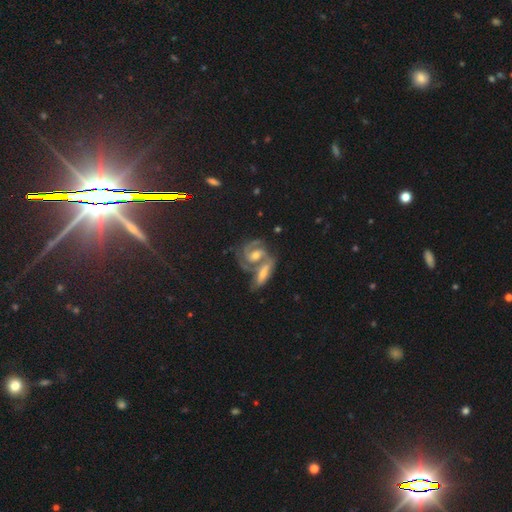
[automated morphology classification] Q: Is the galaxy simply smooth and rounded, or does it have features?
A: featured or disk — 76%.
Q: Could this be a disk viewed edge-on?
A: no — 92%.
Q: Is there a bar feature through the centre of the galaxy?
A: no — 41%, tied with weak.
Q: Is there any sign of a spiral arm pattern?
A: yes — 94%.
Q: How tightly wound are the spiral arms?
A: tight — 51%.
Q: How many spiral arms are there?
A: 2 — 62%.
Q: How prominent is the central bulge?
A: moderate — 58%.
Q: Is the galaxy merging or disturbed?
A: merger — 49%.